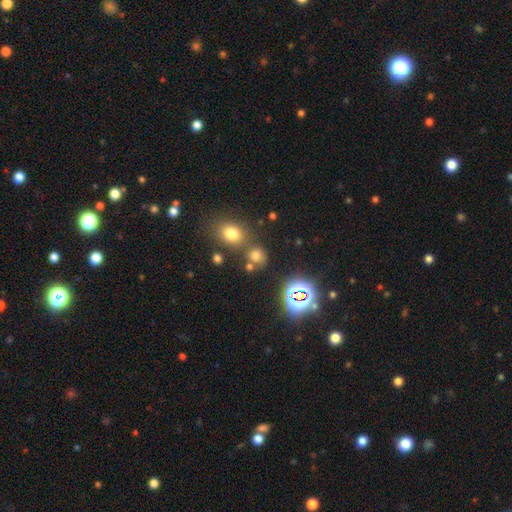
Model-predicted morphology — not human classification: Smooth or featured: smooth — 63% (star or artifact — 29%)
How rounded: round — 76% (in between — 23%)
Merging: none — 65% (merger — 19%)